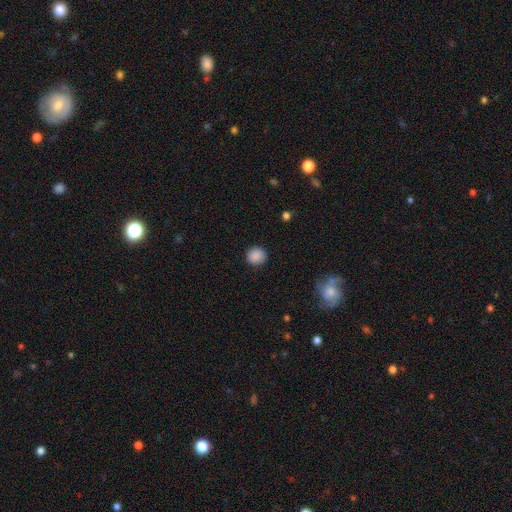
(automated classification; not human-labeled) The model was most divided on "smooth or featured": smooth: 88%, star or artifact: 9%, featured or disk: 3%. More confident: how rounded — round (89%); merging — none (89%).